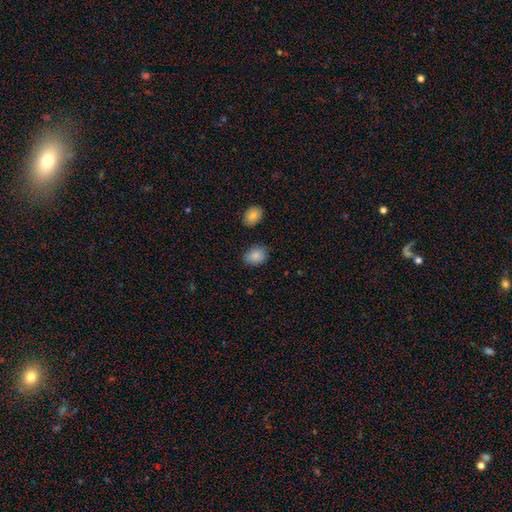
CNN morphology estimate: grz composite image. It shows a smooth galaxy with no disk features (87%) that is in between round and cigar-shaped (72%). Merging: none (82%).